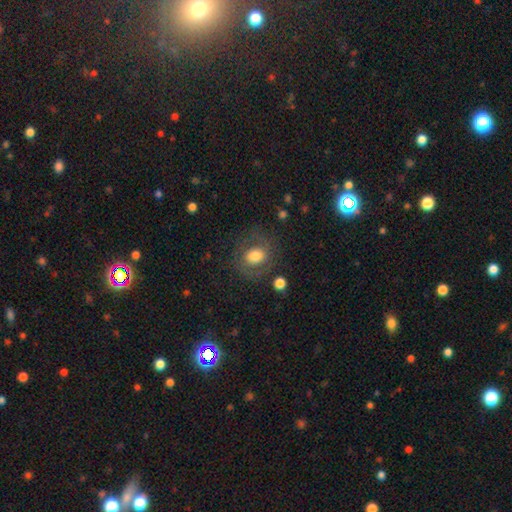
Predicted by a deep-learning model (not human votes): This is likely a smooth galaxy (64%). How rounded: likely round (65%). Merging: likely none (71%).